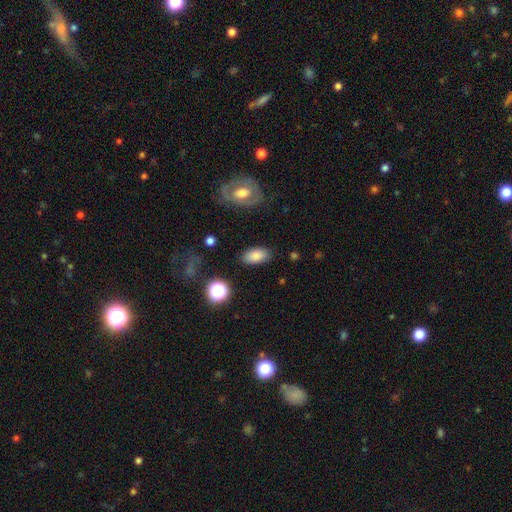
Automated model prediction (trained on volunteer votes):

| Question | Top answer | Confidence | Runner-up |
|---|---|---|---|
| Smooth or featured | smooth | 83% | star or artifact (9%) |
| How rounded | in between | 92% | round (5%) |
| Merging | none | 85% | minor disturbance (10%) |